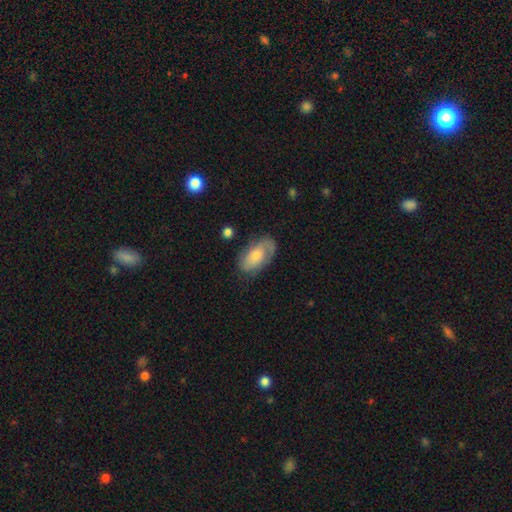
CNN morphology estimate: Smooth or featured: featured or disk — 51% (smooth — 42%)
Edge-on disk: no — 94% (yes — 6%)
Merging: none — 68% (minor disturbance — 21%)